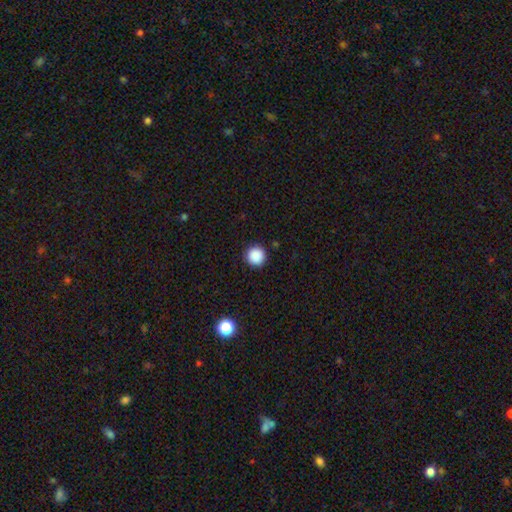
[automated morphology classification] Smooth or featured? Predicted: smooth (p=0.88). How rounded? Predicted: round (p=0.96). Merging? Predicted: none (p=0.91).